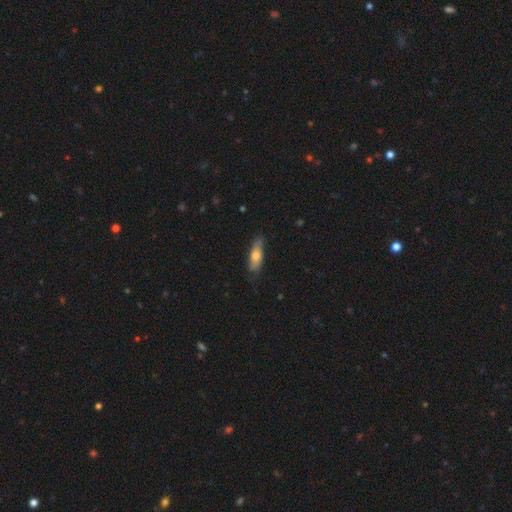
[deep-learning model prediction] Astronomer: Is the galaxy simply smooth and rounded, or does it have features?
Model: smooth — 64%.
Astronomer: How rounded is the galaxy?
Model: in between — 58% (runner-up: cigar-shaped, 40%).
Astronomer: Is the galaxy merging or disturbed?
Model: none — 71%.